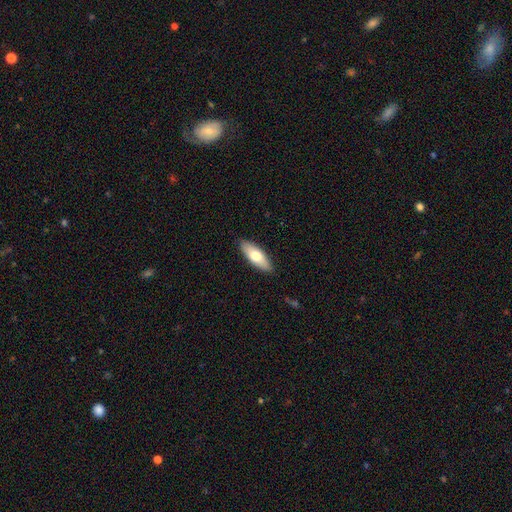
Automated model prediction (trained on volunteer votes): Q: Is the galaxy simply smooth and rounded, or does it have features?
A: smooth — 70%.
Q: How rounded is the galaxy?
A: in between — 69%.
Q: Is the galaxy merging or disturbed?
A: none — 89%.